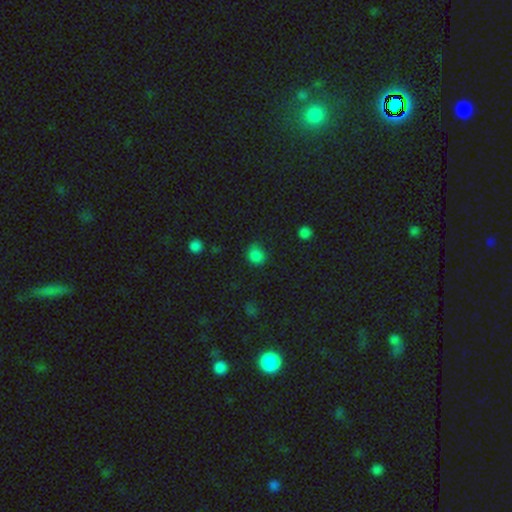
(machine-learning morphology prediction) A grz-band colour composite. It shows a smooth galaxy with no disk features (80%) that is round (76%). Merging: none (67%).